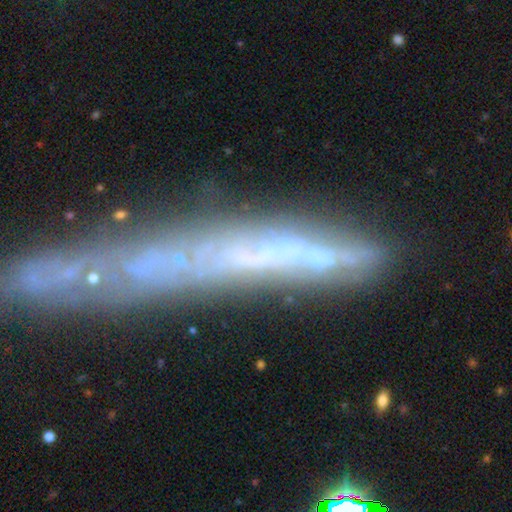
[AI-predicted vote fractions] smooth-or-featured: featured or disk: 62% | smooth: 23% | star or artifact: 15%
  disk-edge-on: yes: 67% | no: 33%
  merging: none: 57% | minor disturbance: 18% | major disturbance: 13% | merger: 11%